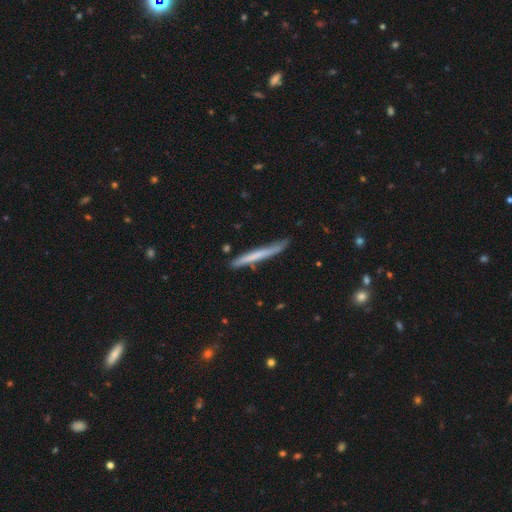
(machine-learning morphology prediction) A smooth galaxy with no disk features (56%) that is cigar-shaped (97%). Merging: none (80%).